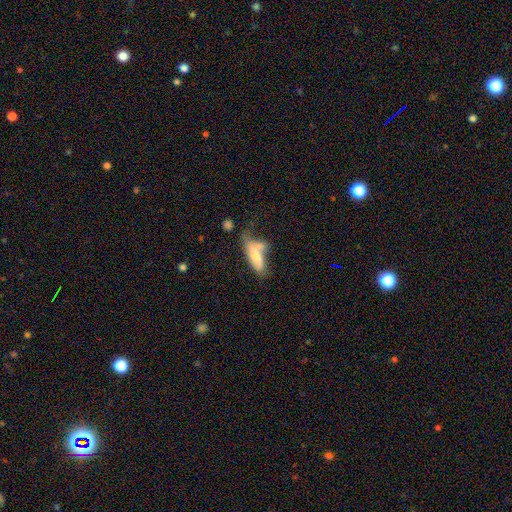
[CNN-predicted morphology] The model was most divided on "merging": merger: 33%, none: 28%, minor disturbance: 22%, major disturbance: 17%. More confident: how rounded — in between (66%); smooth or featured — smooth (64%).